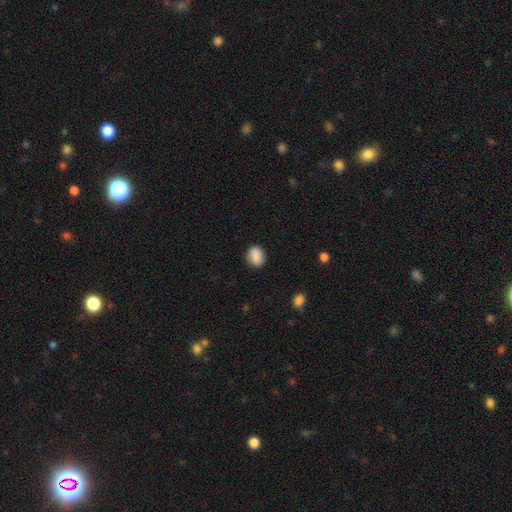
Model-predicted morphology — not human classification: smooth_or_featured: smooth (p=0.86) [alt: star or artifact p=0.08]
how_rounded: in between (p=0.57) [alt: round p=0.42]
merging: none (p=0.83) [alt: minor disturbance p=0.12]